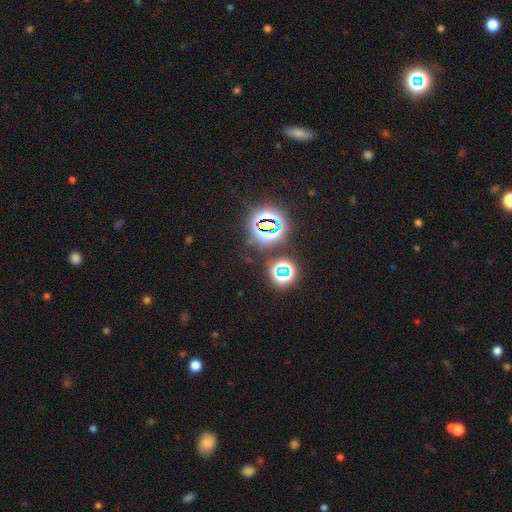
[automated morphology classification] This appears to be a star or artifact, not a galaxy (78%).